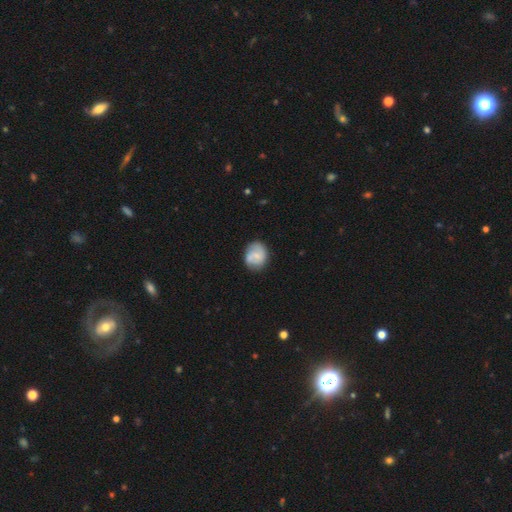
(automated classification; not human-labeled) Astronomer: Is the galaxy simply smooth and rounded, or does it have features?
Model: smooth — 50% (runner-up: featured or disk, 43%).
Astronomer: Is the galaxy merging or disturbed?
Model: none — 69%.